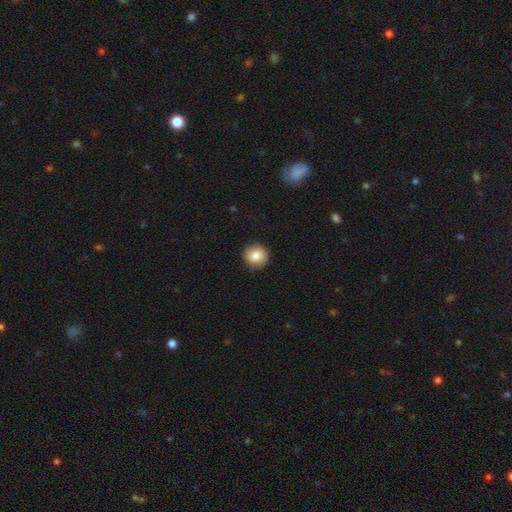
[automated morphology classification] This is clearly a smooth galaxy (82%). How rounded: clearly round (89%). Merging: clearly none (86%).